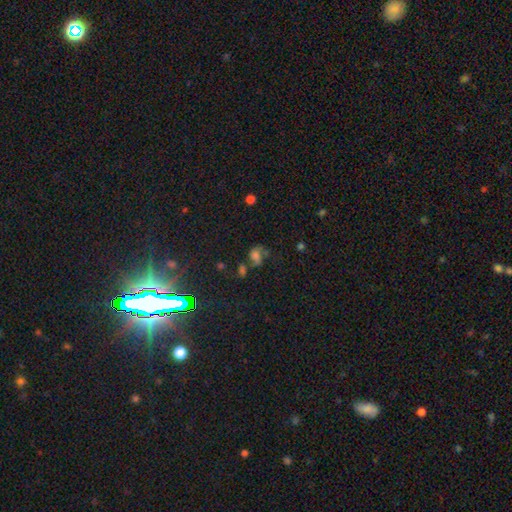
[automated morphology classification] This appears to be a smooth galaxy with no disk features (49%). Merging: none (33%).